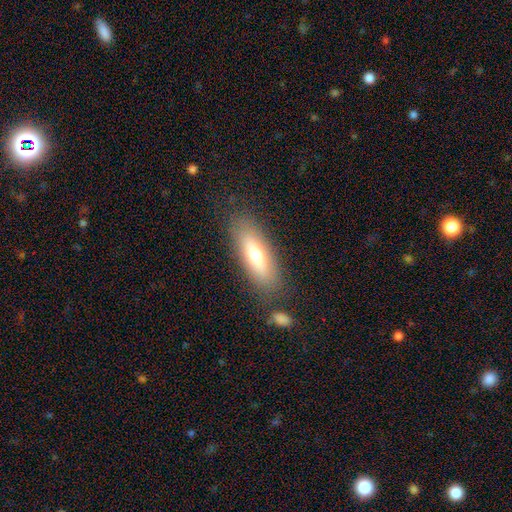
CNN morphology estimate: smooth-or-featured: smooth: 66% | featured or disk: 27% | star or artifact: 7%
  how-rounded: in between: 56% | cigar-shaped: 42% | round: 2%
  merging: none: 80% | minor disturbance: 12% | merger: 5% | major disturbance: 4%